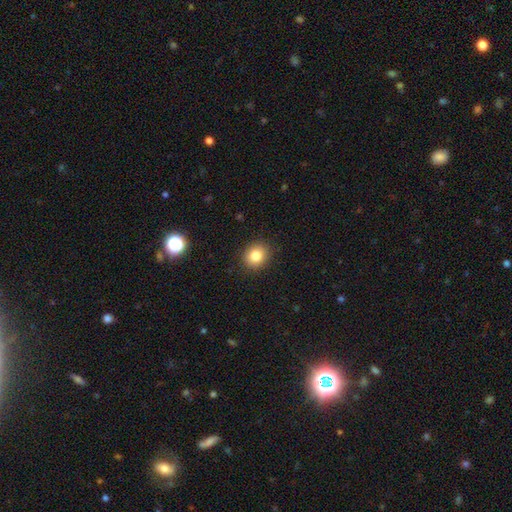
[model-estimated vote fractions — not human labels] Smooth or featured: smooth — 82% (star or artifact — 11%)
How rounded: round — 72% (in between — 27%)
Merging: none — 90% (minor disturbance — 7%)